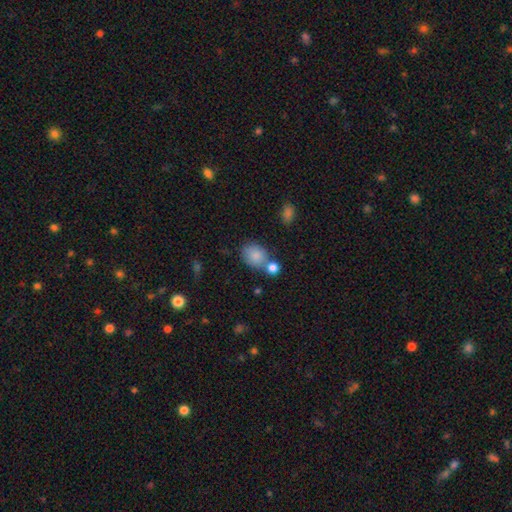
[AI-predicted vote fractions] smooth-or-featured: smooth: 83% | star or artifact: 8% | featured or disk: 8%
  how-rounded: in between: 58% | round: 41% | cigar-shaped: 1%
  merging: none: 57% | merger: 25% | minor disturbance: 14% | major disturbance: 4%